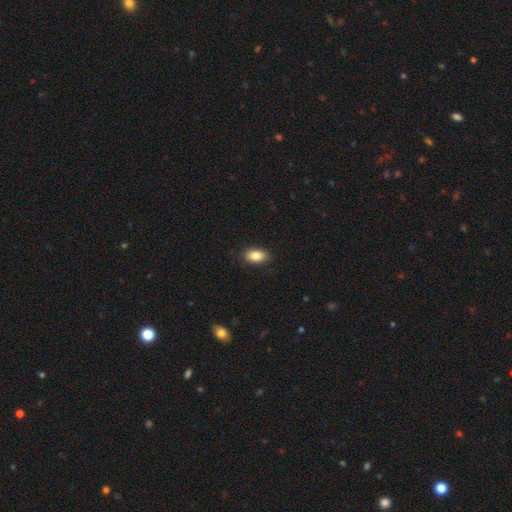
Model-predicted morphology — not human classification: Overall: smooth (85%). How rounded: in between (91%). Merging: none (89%).